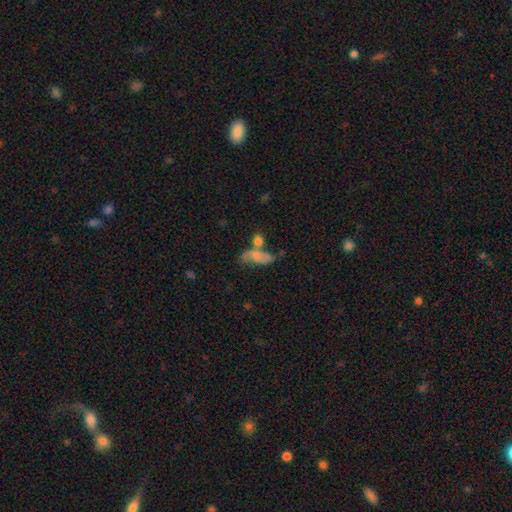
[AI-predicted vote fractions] Smooth or featured: smooth — 59% (featured or disk — 32%)
How rounded: in between — 74% (cigar-shaped — 19%)
Merging: none — 34% (merger — 33%)